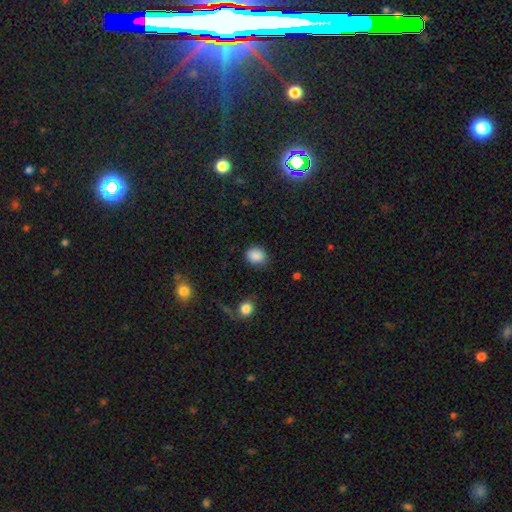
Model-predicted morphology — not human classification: smooth_or_featured: smooth (p=0.87) [alt: star or artifact p=0.09]
how_rounded: round (p=0.62) [alt: in between p=0.37]
merging: none (p=0.81) [alt: minor disturbance p=0.14]